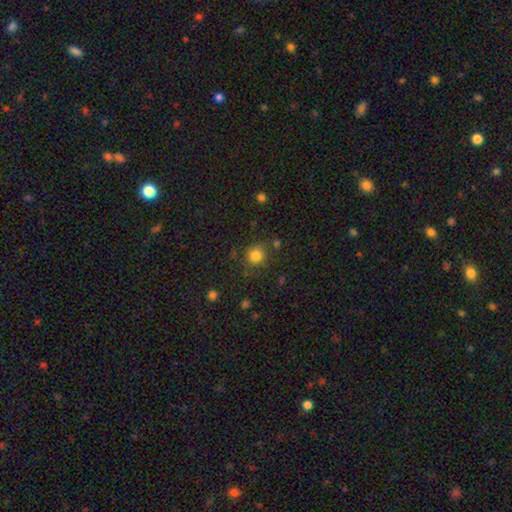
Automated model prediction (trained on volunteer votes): Smooth or featured: smooth — 81% (star or artifact — 13%)
How rounded: round — 89% (in between — 10%)
Merging: none — 75% (minor disturbance — 14%)